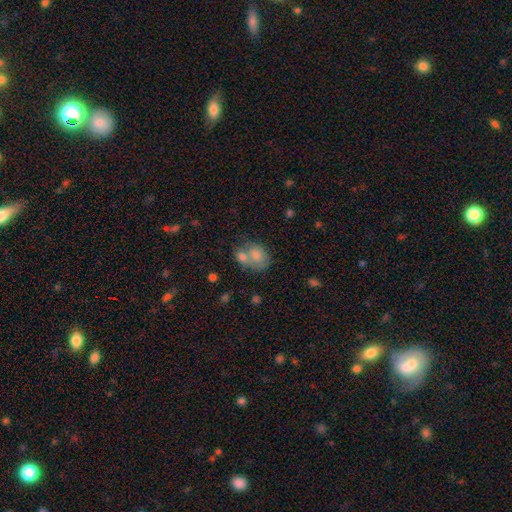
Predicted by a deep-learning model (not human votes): Overall: smooth (76%). How rounded: in between (62%; round 37%). Merging: merger (53%; none 27%).